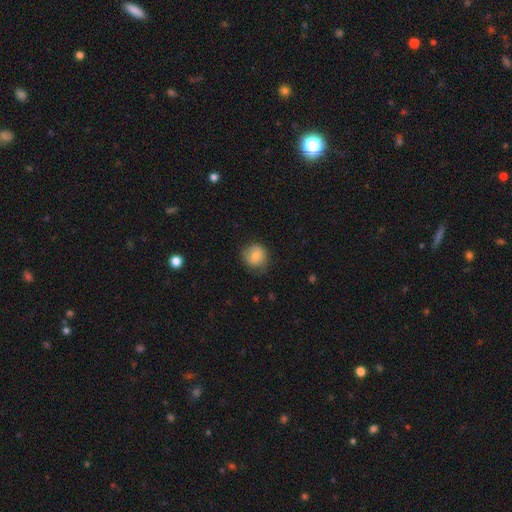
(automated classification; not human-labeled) Q: Smooth or featured?
A: smooth (80%); runner-up: featured or disk (12%)
Q: How rounded?
A: round (84%); runner-up: in between (15%)
Q: Merging?
A: none (73%); runner-up: minor disturbance (21%)